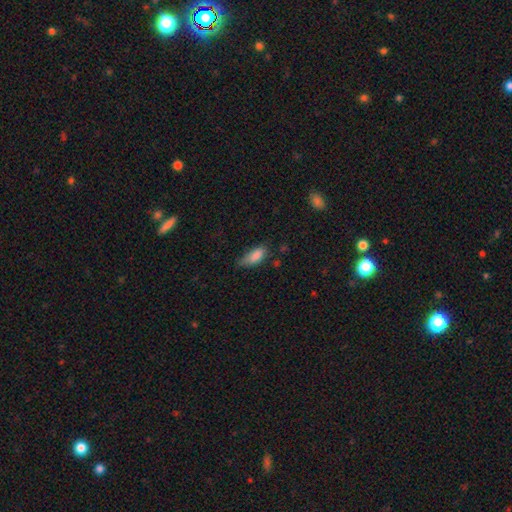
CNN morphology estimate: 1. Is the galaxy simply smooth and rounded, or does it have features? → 84% smooth, 8% featured or disk, 8% star or artifact.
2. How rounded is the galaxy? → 79% in between, 19% cigar-shaped, 2% round.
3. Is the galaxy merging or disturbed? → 46% none, 40% minor disturbance, 11% major disturbance, 3% merger.